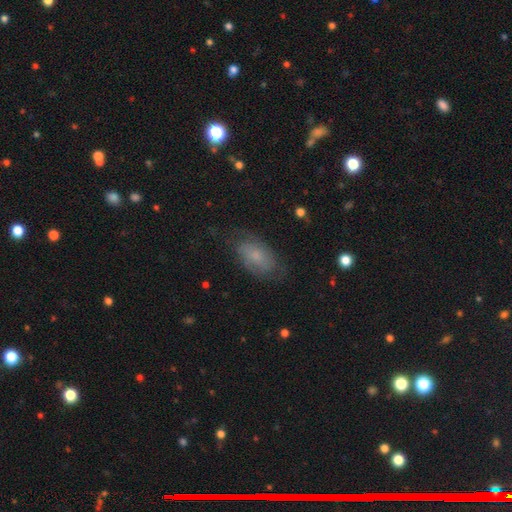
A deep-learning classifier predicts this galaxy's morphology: This appears to be a smooth galaxy with no disk features (50%). Merging: none (65%).